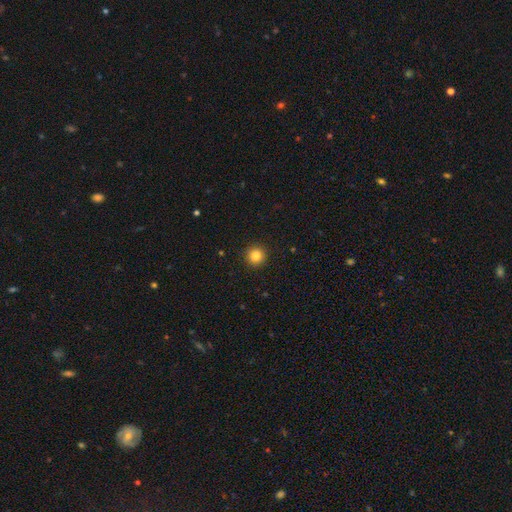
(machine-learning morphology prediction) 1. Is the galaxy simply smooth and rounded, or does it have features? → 84% smooth, 11% star or artifact, 5% featured or disk.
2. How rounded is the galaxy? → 95% round, 4% in between, 1% cigar-shaped.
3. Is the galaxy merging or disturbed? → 93% none, 5% minor disturbance, 2% major disturbance, 1% merger.